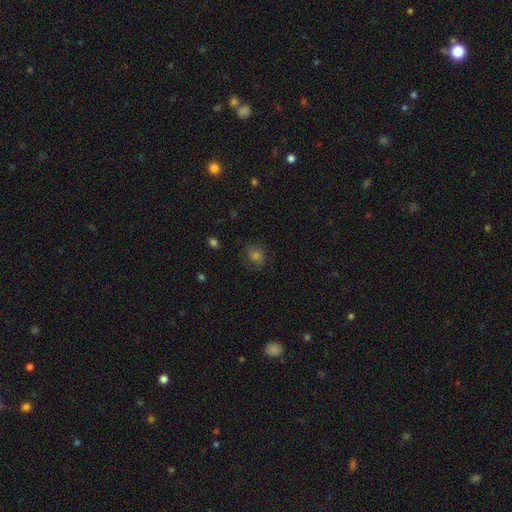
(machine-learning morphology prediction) This appears to be a smooth galaxy with no disk features (64%) that is round (75%). Merging: none (81%).